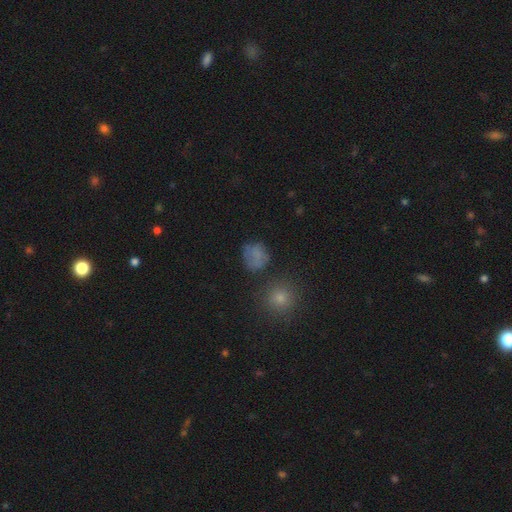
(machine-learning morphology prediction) Smooth or featured?
  - smooth: 68% *
  - star or artifact: 17%
  - featured or disk: 15%
How rounded?
  - round: 74% *
  - in between: 25%
  - cigar-shaped: 1%
Merging?
  - none: 59% *
  - minor disturbance: 22%
  - major disturbance: 12%
  - merger: 7%